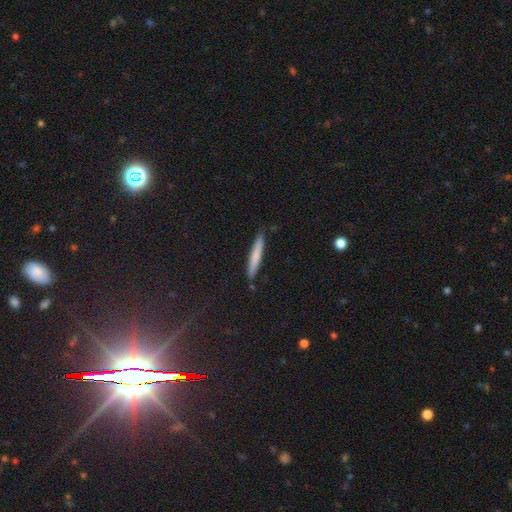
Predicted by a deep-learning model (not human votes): A smooth galaxy with no disk features (70%) that is cigar-shaped (95%). Merging: none (88%).